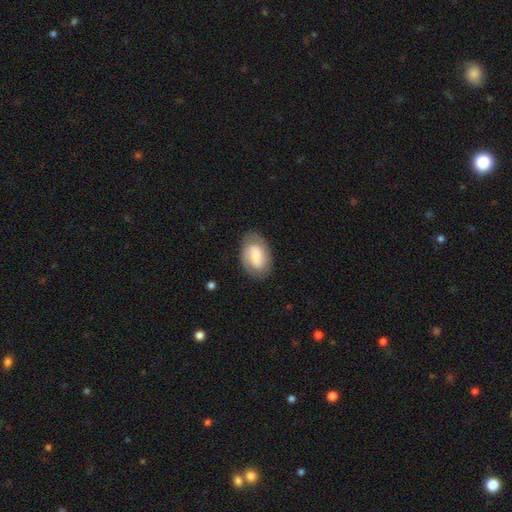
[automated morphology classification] smooth_or_featured: featured or disk (p=0.60) [alt: smooth p=0.34]
disk_edge_on: no (p=0.96) [alt: yes p=0.04]
bar: no (p=0.47) [alt: weak p=0.41]
has_spiral_arms: yes (p=0.85) [alt: no p=0.15]
bulge_size: small (p=0.44) [alt: moderate p=0.37]
merging: none (p=0.78) [alt: minor disturbance p=0.16]